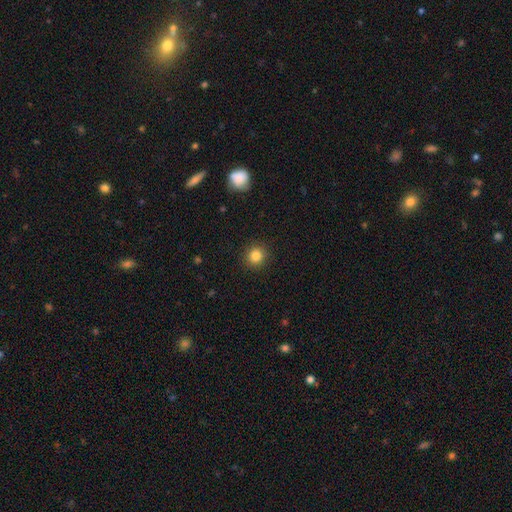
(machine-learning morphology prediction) smooth 84%, star or artifact 11%, featured or disk 5%. Down the decision tree: how rounded — round (90%); merging — none (91%).